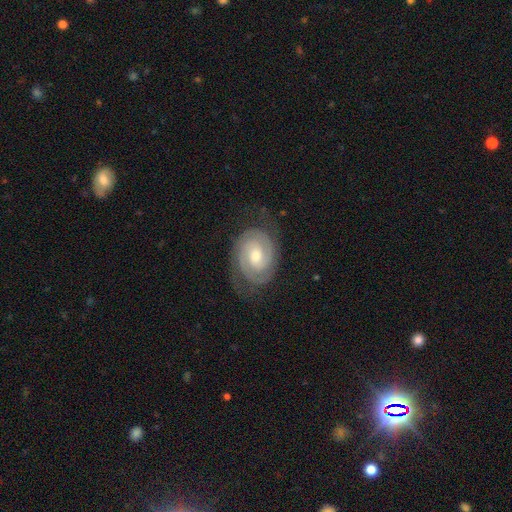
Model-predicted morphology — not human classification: featured or disk 90%, smooth 6%, star or artifact 5%. Down the decision tree: edge-on disk — no (97%); bar — no (51%); spiral arms — yes (98%); spiral arm count — 2 (86%); spiral winding — tight (75%); bulge size — moderate (67%); merging — none (78%).